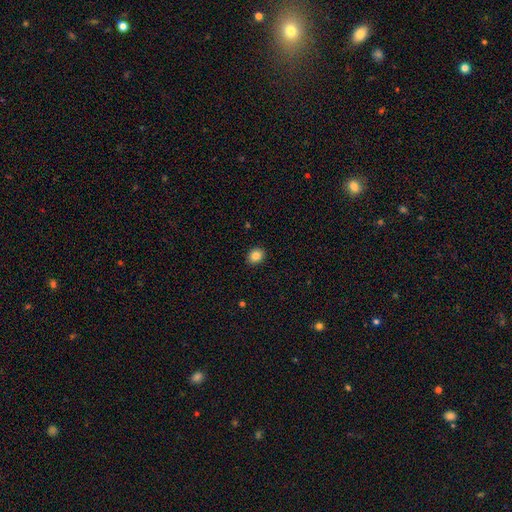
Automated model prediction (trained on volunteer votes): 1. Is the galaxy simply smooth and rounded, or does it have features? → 85% smooth, 10% star or artifact, 6% featured or disk.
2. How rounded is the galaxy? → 59% round, 40% in between, 1% cigar-shaped.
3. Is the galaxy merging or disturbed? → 91% none, 6% minor disturbance, 2% major disturbance, 1% merger.